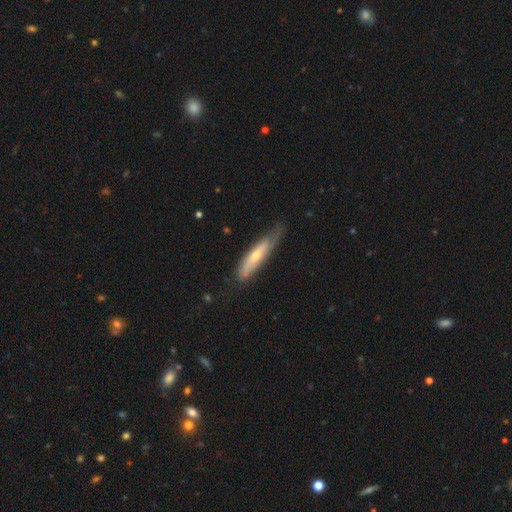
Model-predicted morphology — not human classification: This is possibly a featured or disk galaxy (48%). Merging: possibly none (54%).